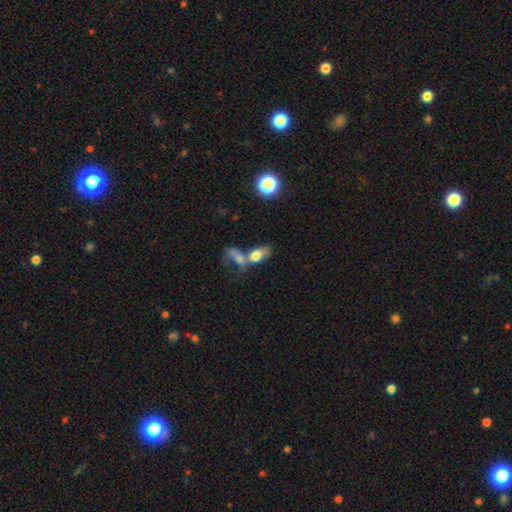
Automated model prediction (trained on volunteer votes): A smooth galaxy with no disk features (64%) that is in between round and cigar-shaped (82%).

Vote fractions:
- Smooth or featured? smooth: 64% / featured or disk: 25% / star or artifact: 11%
- How rounded? in between: 82% / round: 12% / cigar-shaped: 6%
- Merging? merger: 66% / none: 15% / major disturbance: 12% / minor disturbance: 7%